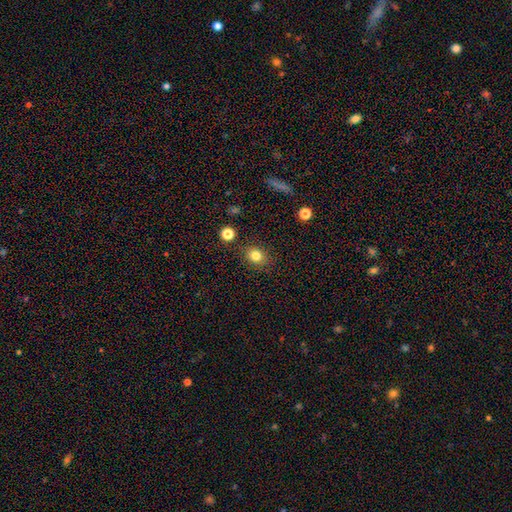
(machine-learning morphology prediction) This is clearly a smooth galaxy (81%). How rounded: likely round (64%). Merging: clearly none (85%).